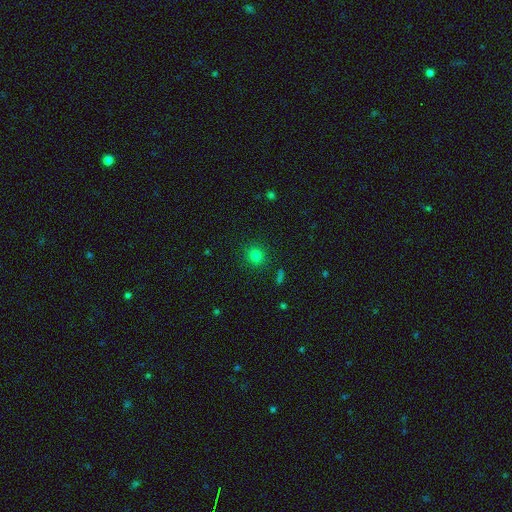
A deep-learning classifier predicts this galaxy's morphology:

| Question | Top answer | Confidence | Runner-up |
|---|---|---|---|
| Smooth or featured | smooth | 80% | star or artifact (15%) |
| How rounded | round | 90% | in between (9%) |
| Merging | none | 88% | minor disturbance (7%) |